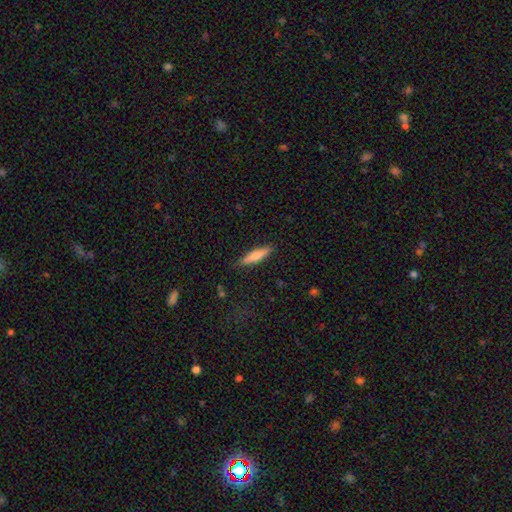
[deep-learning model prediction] A smooth galaxy with no disk features (71%) that is cigar-shaped (82%).

Vote fractions:
- Smooth or featured? smooth: 71% / featured or disk: 22% / star or artifact: 6%
- How rounded? cigar-shaped: 82% / in between: 17% / round: 2%
- Merging? none: 87% / minor disturbance: 10% / major disturbance: 2% / merger: 1%